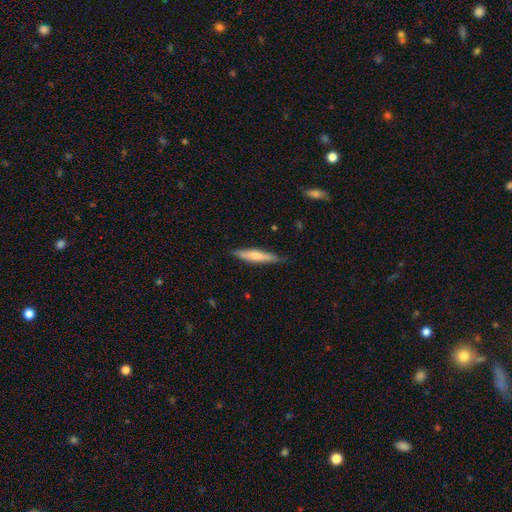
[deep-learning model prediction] Smooth or featured?
  - smooth: 62% *
  - featured or disk: 32%
  - star or artifact: 5%
How rounded?
  - cigar-shaped: 87% *
  - in between: 11%
  - round: 1%
Merging?
  - none: 85% *
  - minor disturbance: 12%
  - major disturbance: 2%
  - merger: 1%